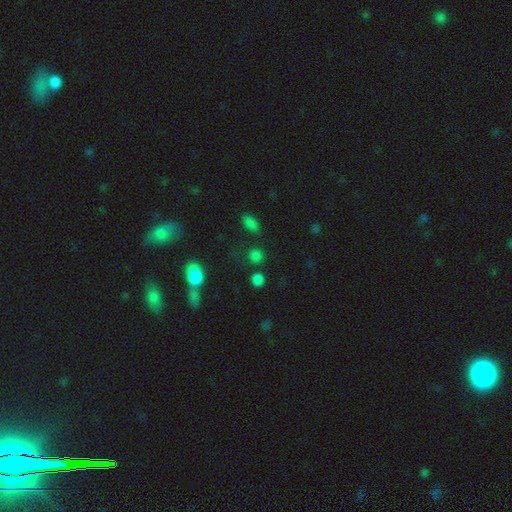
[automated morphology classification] Smooth or featured? Predicted: smooth (p=0.76). How rounded? Predicted: round (p=0.80). Merging? Predicted: none (p=0.75).